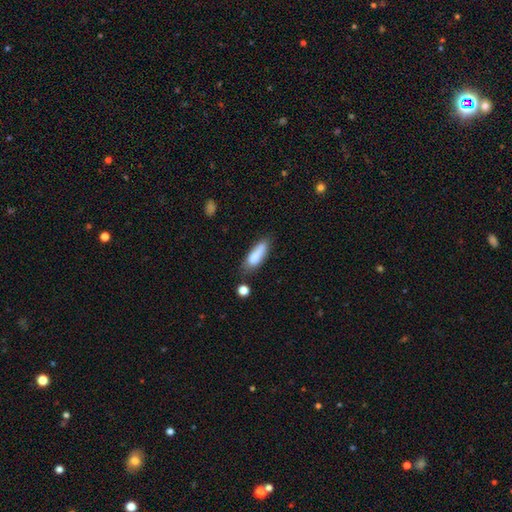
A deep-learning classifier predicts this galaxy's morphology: A smooth galaxy with no disk features (81%) that is in between round and cigar-shaped (50%).

Vote fractions:
- Smooth or featured? smooth: 81% / featured or disk: 12% / star or artifact: 8%
- How rounded? in between: 50% / cigar-shaped: 48% / round: 2%
- Merging? none: 56% / minor disturbance: 27% / merger: 9% / major disturbance: 8%